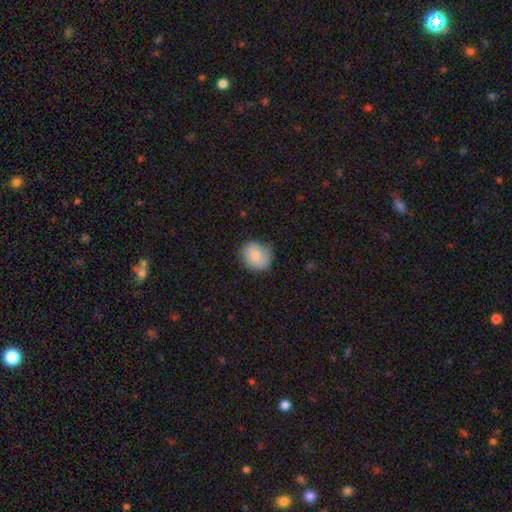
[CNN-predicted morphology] Smooth or featured? smooth (75%)
How rounded? round (69%)
Merging? none (66%)